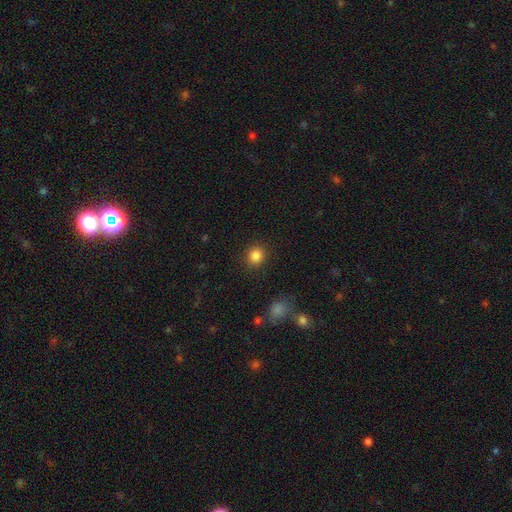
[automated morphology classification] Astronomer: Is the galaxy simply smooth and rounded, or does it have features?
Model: smooth — 85%.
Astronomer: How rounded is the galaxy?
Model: round — 83%.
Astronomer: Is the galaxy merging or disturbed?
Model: none — 88%.